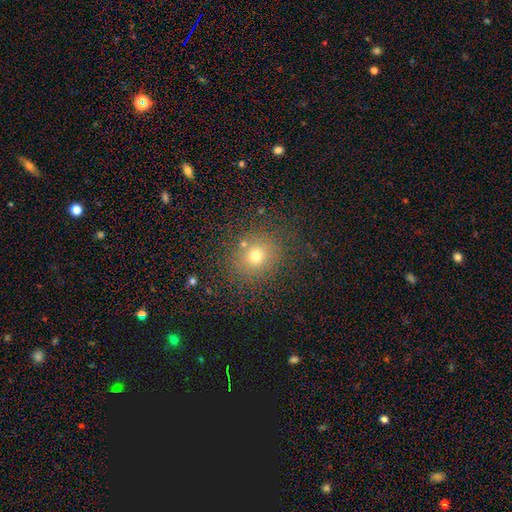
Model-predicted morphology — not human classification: A smooth galaxy with no disk features (68%) that is round (84%). Merging: none (80%).